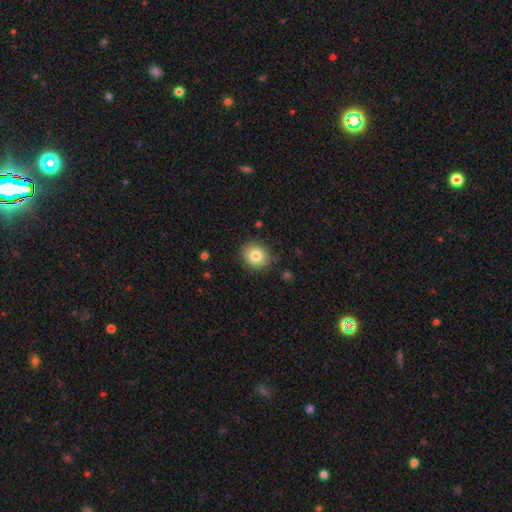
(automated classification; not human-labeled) This is clearly a smooth galaxy (81%). How rounded: likely round (79%). Merging: clearly none (87%).